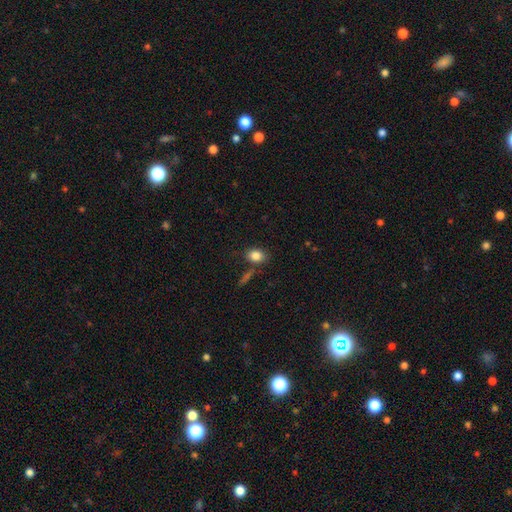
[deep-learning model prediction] Smooth or featured? smooth (84%)
How rounded? in between (69%)
Merging? none (75%)